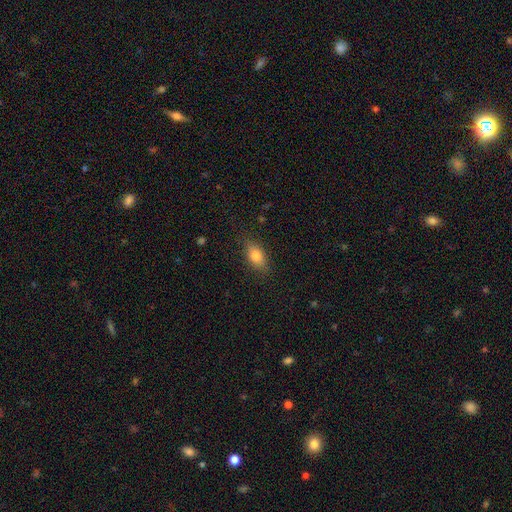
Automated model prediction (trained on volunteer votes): Morphology: type=smooth (81%); roundness=in between (86%); merging=none (83%).